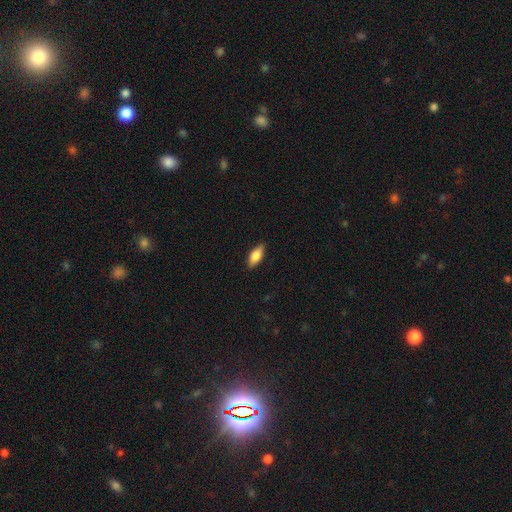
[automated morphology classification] Smooth or featured: smooth — 76% (featured or disk — 18%)
How rounded: in between — 80% (cigar-shaped — 17%)
Merging: none — 87% (minor disturbance — 10%)